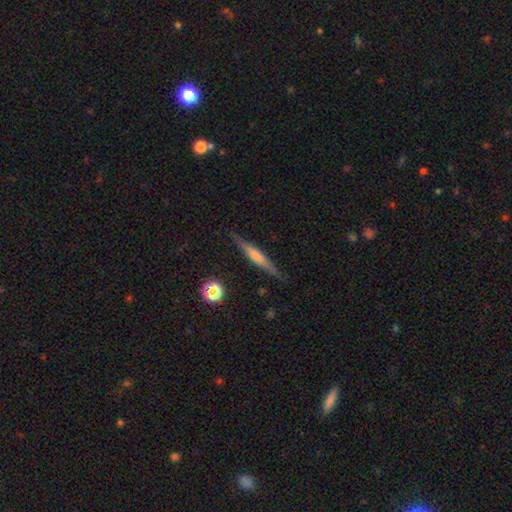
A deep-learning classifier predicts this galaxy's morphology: Overall: featured or disk (60%; smooth 33%). Edge-on disk: yes (97%). Edge-on bulge: rounded (46%; none 30%). Merging: none (88%).